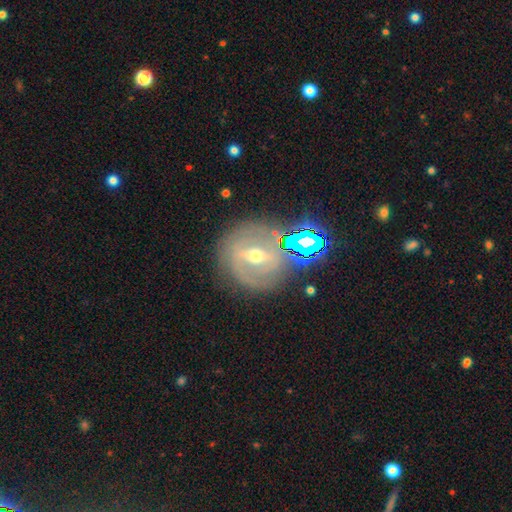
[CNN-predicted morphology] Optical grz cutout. It shows a featured or disk galaxy (72%) with a strong bar (49%), spiral arms (73%) and a moderate central bulge (61%). Merging: none (75%).